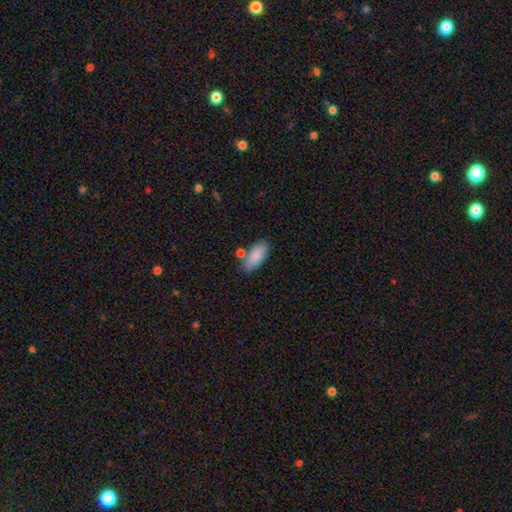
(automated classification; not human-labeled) Smooth or featured: smooth — 86% (featured or disk — 7%)
How rounded: in between — 88% (cigar-shaped — 10%)
Merging: none — 67% (minor disturbance — 15%)